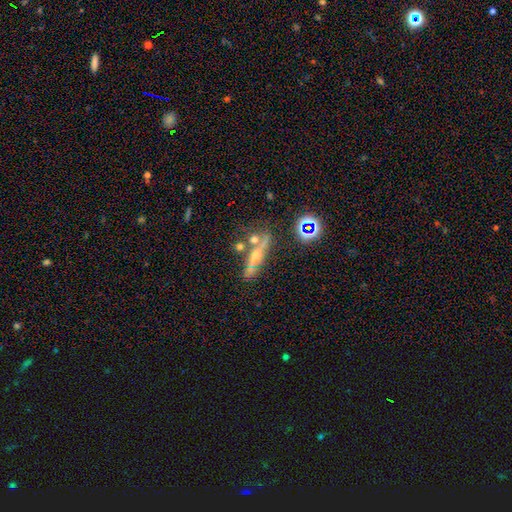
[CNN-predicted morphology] Smooth or featured? featured or disk (50%)
Edge-on disk? yes (75%)
Merging? none (58%)